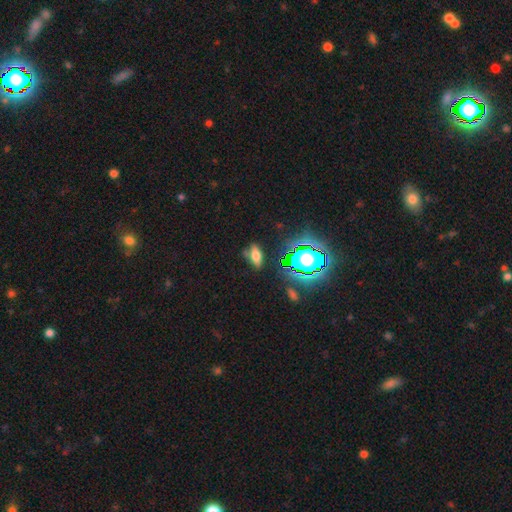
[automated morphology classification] The model was most divided on "smooth or featured": smooth: 57%, star or artifact: 23%, featured or disk: 20%. More confident: how rounded — in between (74%); merging — none (72%).